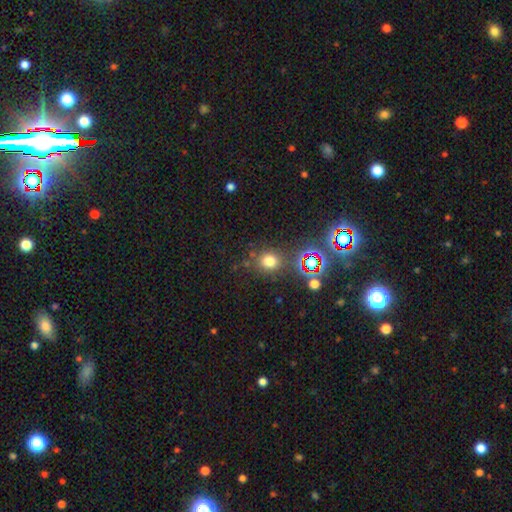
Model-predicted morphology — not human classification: star or artifact 56%, smooth 35%, featured or disk 9%.